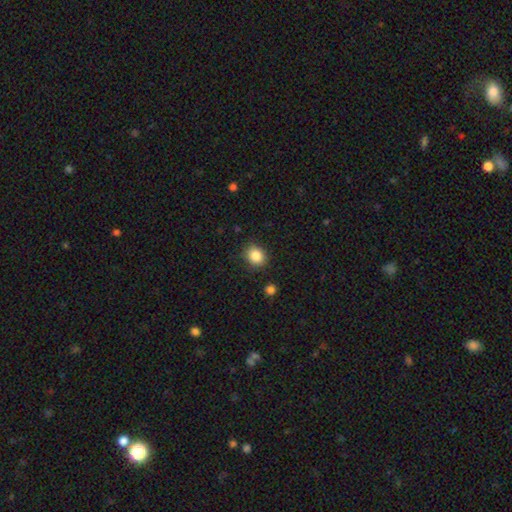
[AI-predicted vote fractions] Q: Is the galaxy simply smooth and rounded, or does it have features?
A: smooth — 86%.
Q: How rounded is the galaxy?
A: round — 66%.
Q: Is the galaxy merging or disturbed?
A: none — 86%.